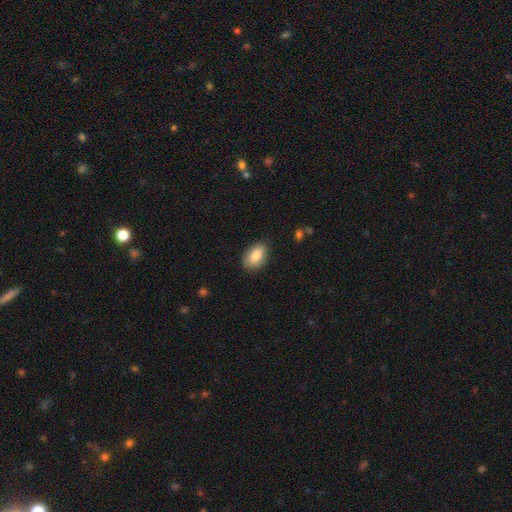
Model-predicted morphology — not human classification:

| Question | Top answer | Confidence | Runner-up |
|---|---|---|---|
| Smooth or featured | smooth | 83% | featured or disk (10%) |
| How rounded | in between | 92% | round (6%) |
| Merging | none | 82% | minor disturbance (14%) |